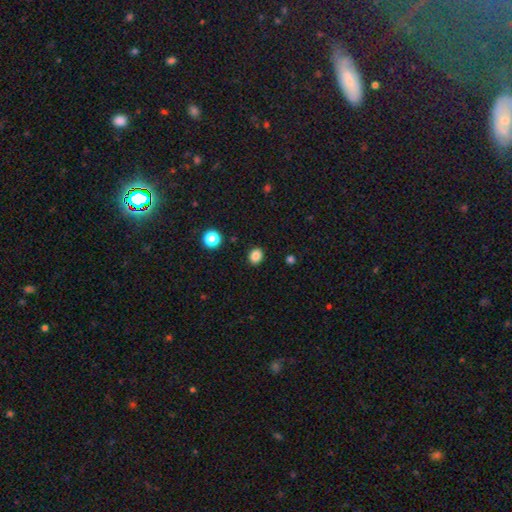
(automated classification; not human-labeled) This appears to be a smooth galaxy with no disk features (85%) that is round (61%). Merging: none (90%).